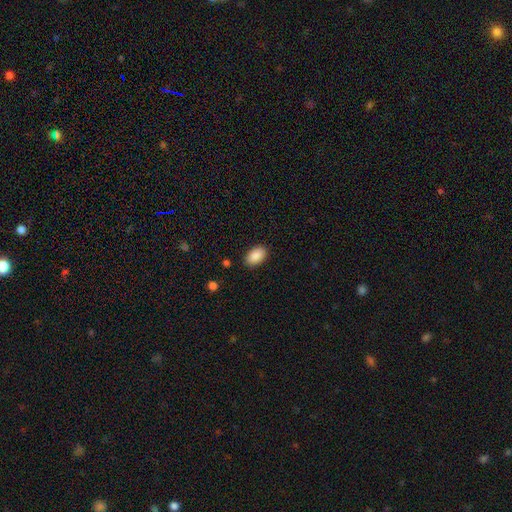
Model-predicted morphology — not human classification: Smooth or featured?
  - smooth: 89% *
  - star or artifact: 7%
  - featured or disk: 4%
How rounded?
  - in between: 92% *
  - round: 6%
  - cigar-shaped: 1%
Merging?
  - none: 89% *
  - minor disturbance: 8%
  - major disturbance: 2%
  - merger: 1%